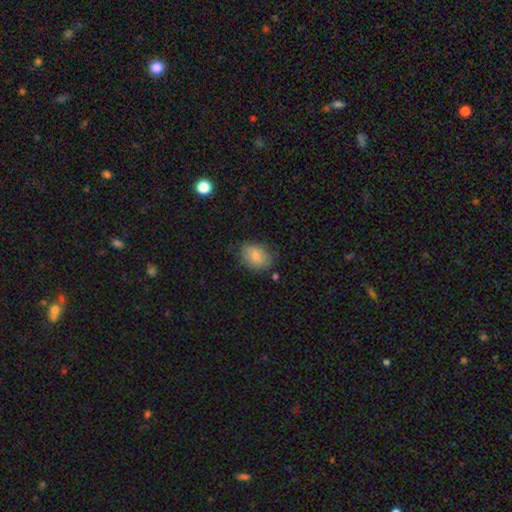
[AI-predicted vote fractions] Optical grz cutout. It shows a smooth galaxy with no disk features (77%) that is in between round and cigar-shaped (72%). Merging: none (78%).